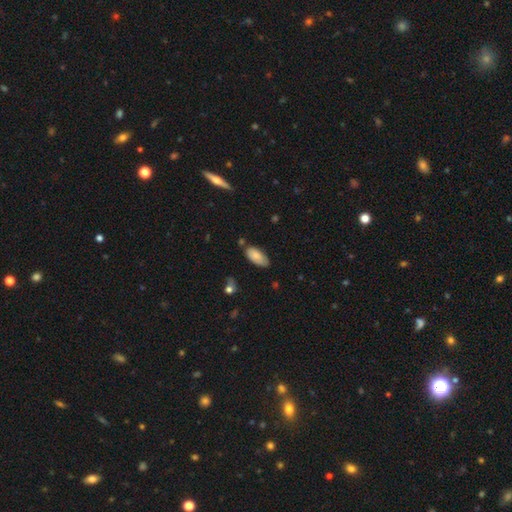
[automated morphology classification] Smooth or featured? Predicted: smooth (p=0.79). How rounded? Predicted: in between (p=0.92). Merging? Predicted: none (p=0.67).